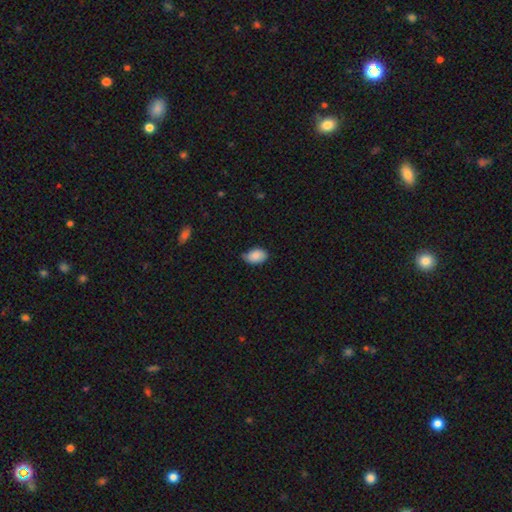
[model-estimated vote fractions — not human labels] Smooth or featured? Predicted: smooth (p=0.87). How rounded? Predicted: in between (p=0.89). Merging? Predicted: none (p=0.66).